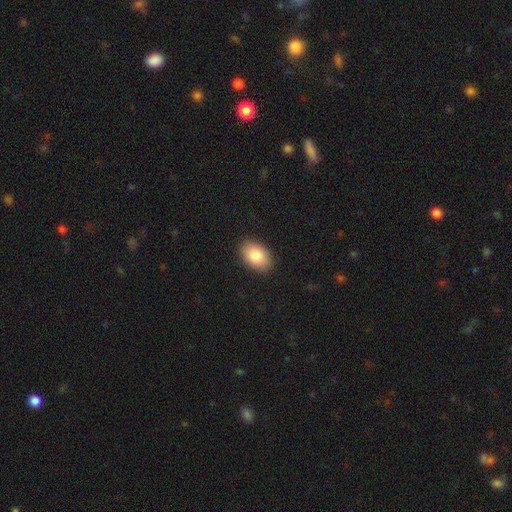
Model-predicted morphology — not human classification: This appears to be a smooth galaxy with no disk features (83%) that is in between round and cigar-shaped (88%). Merging: none (89%).